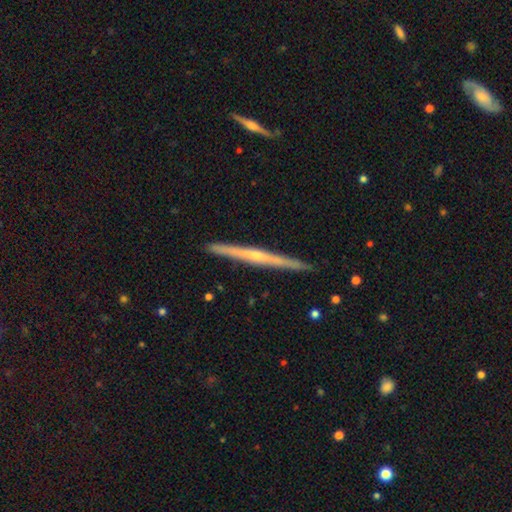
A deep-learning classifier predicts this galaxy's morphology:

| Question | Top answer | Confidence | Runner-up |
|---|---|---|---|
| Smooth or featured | featured or disk | 76% | smooth (18%) |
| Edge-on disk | yes | 98% | no (2%) |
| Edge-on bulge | rounded | 60% | none (34%) |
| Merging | none | 91% | minor disturbance (7%) |